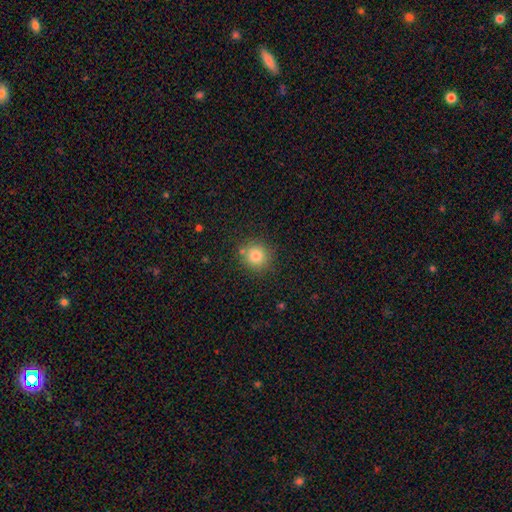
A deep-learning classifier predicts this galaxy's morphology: Smooth or featured: smooth — 81% (star or artifact — 12%)
How rounded: round — 90% (in between — 9%)
Merging: none — 83% (minor disturbance — 10%)